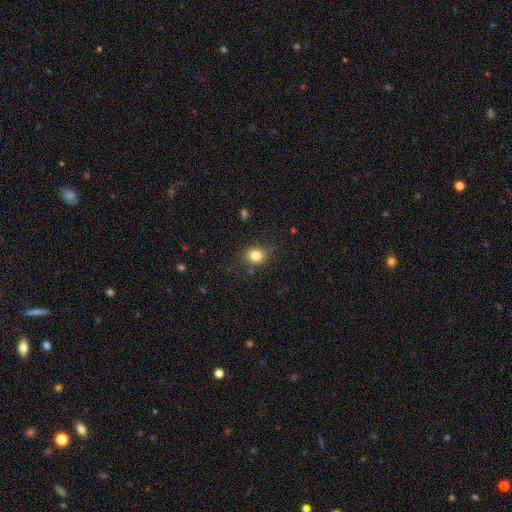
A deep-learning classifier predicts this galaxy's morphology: smooth 82%, star or artifact 11%, featured or disk 7%. Down the decision tree: how rounded — round (74%); merging — none (83%).